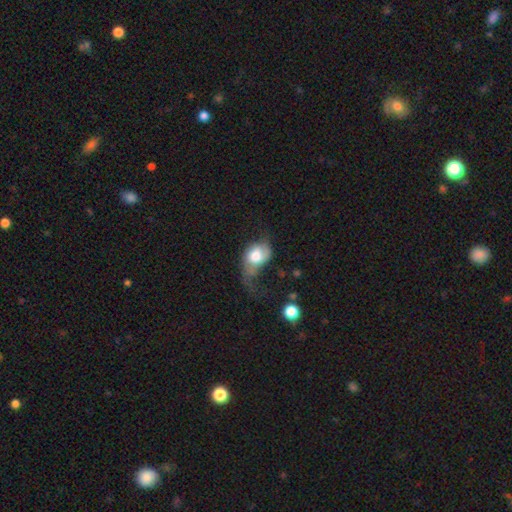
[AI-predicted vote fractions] This appears to be a smooth galaxy with no disk features (55%) that is in between round and cigar-shaped (66%). Merging: major disturbance (56%).